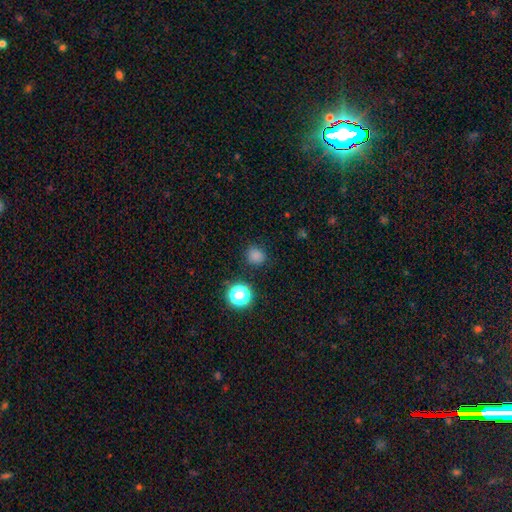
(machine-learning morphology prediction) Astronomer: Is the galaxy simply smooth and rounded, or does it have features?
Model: smooth — 78%.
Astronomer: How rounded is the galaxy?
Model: round — 84%.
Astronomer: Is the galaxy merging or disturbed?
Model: none — 84%.